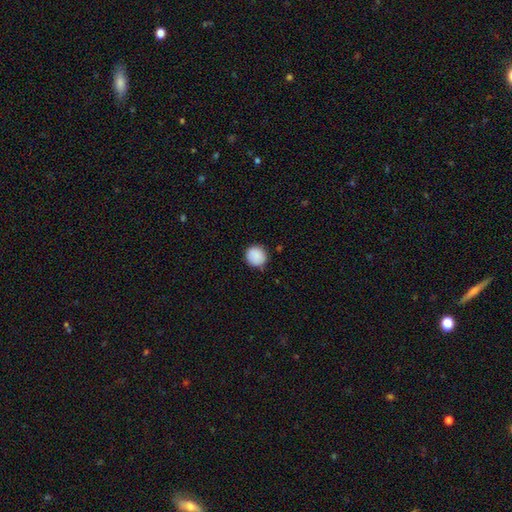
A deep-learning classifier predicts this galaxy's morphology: Smooth or featured? Predicted: smooth (p=0.89). How rounded? Predicted: round (p=0.93). Merging? Predicted: none (p=0.86).